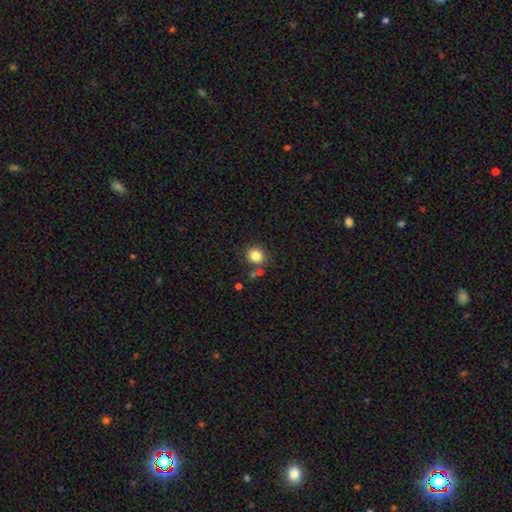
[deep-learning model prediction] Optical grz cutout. It shows a smooth galaxy with no disk features (83%) that is round (76%). Merging: none (74%).